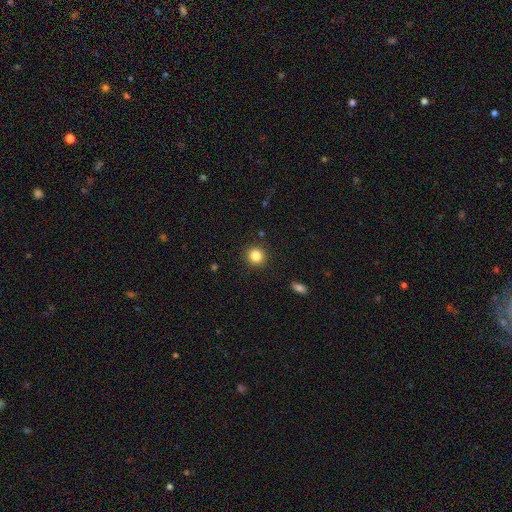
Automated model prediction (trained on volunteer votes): Q: Smooth or featured?
A: smooth (85%); runner-up: star or artifact (11%)
Q: How rounded?
A: round (90%); runner-up: in between (9%)
Q: Merging?
A: none (91%); runner-up: minor disturbance (6%)